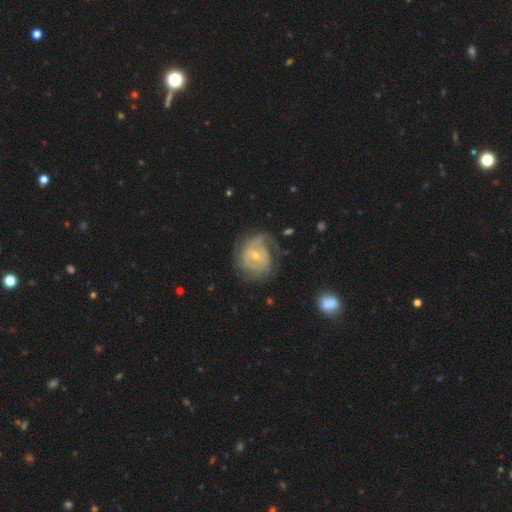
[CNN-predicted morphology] A featured or disk galaxy (81%) with no bar (64%), tight (59%) spiral arms (89%) and a small central bulge (58%). Merging: none (57%).